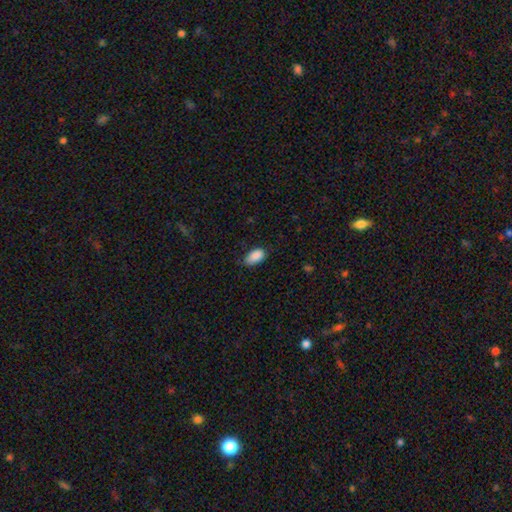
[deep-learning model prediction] smooth-or-featured: smooth: 89% | star or artifact: 7% | featured or disk: 4%
  how-rounded: in between: 93% | round: 4% | cigar-shaped: 2%
  merging: none: 67% | minor disturbance: 27% | major disturbance: 5% | merger: 1%